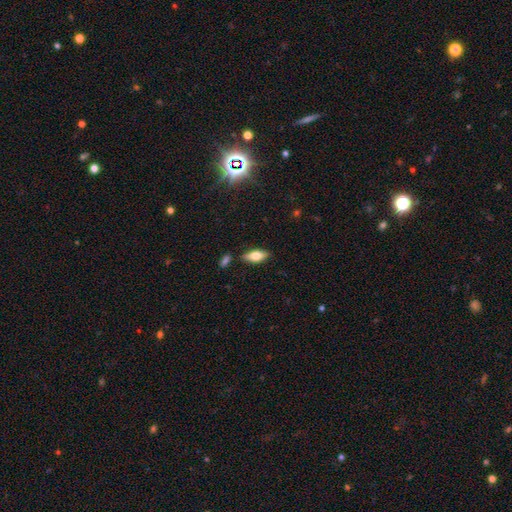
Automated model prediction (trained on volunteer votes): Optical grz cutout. It shows a smooth galaxy with no disk features (66%) that is in between round and cigar-shaped (77%). Merging: none (83%).